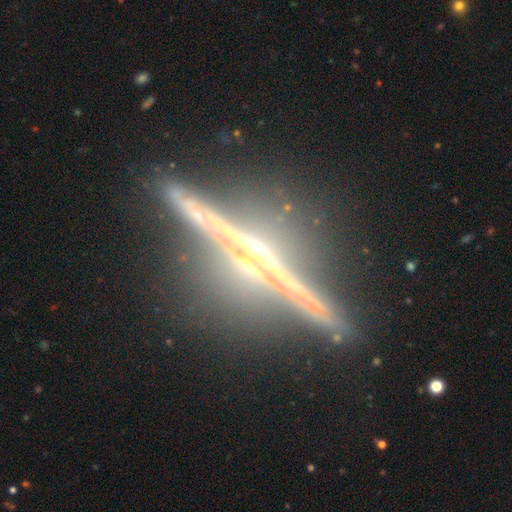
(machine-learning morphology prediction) A featured or disk galaxy (88%) viewed edge-on (98%) with a rounded central bulge (71%).

Vote fractions:
- Smooth or featured? featured or disk: 88% / star or artifact: 7% / smooth: 5%
- Edge-on disk? yes: 98% / no: 2%
- Edge-on bulge? rounded: 71% / none: 20% / boxy: 9%
- Merging? none: 87% / minor disturbance: 9% / major disturbance: 2% / merger: 2%